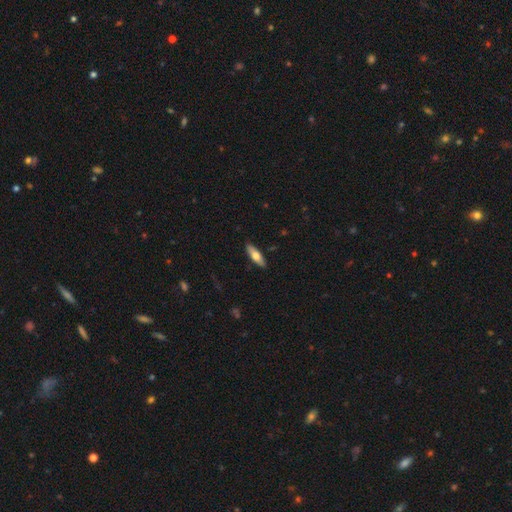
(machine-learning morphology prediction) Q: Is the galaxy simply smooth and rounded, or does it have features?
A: smooth — 61%.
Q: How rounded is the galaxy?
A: cigar-shaped — 49%.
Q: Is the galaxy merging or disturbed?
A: none — 89%.